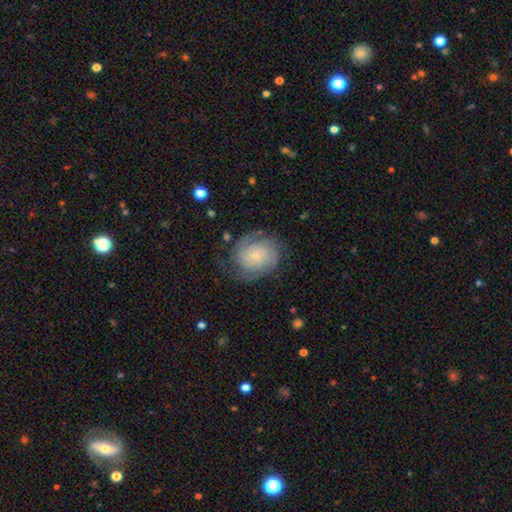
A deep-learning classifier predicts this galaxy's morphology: Overall: featured or disk (77%). Edge-on disk: no (98%). Bar: no (79%). Spiral arms: yes (94%). Spiral arm count: 2 (41%; can't tell 26%). Spiral winding: tight (64%; medium 28%). Bulge size: small (80%). Merging: none (71%).